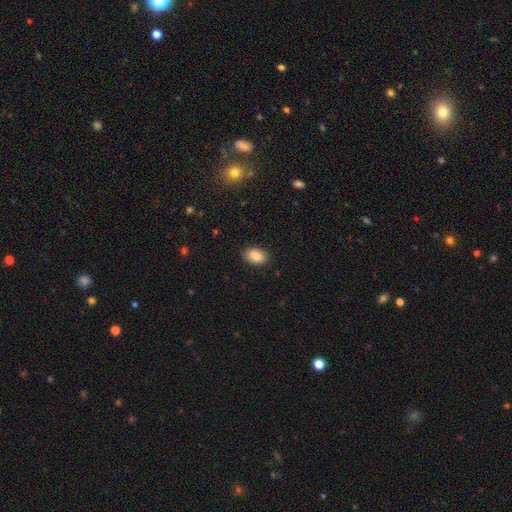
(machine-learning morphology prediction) smooth_or_featured: smooth (p=0.86) [alt: star or artifact p=0.08]
how_rounded: in between (p=0.89) [alt: round p=0.10]
merging: none (p=0.87) [alt: minor disturbance p=0.10]